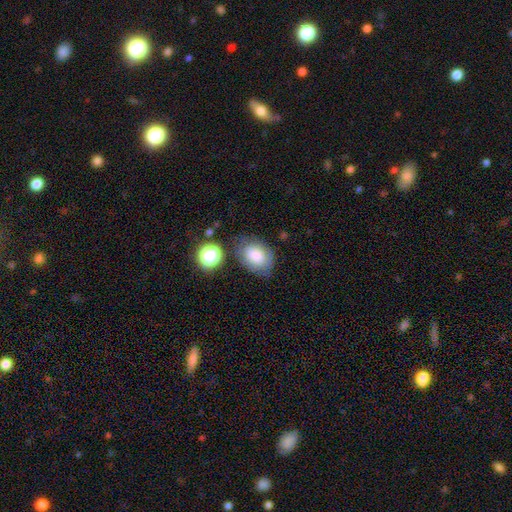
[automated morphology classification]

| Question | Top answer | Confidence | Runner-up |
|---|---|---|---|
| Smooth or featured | smooth | 75% | featured or disk (15%) |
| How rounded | in between | 75% | round (24%) |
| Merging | none | 67% | minor disturbance (20%) |